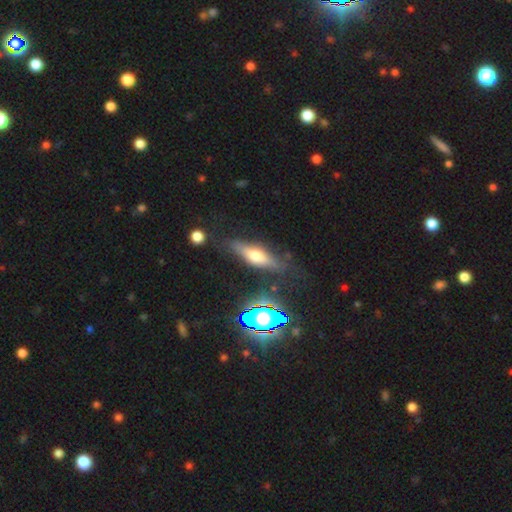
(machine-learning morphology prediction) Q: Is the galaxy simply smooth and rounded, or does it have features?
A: featured or disk — 51%.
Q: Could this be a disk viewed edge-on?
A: yes — 87%.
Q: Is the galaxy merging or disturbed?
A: none — 76%.